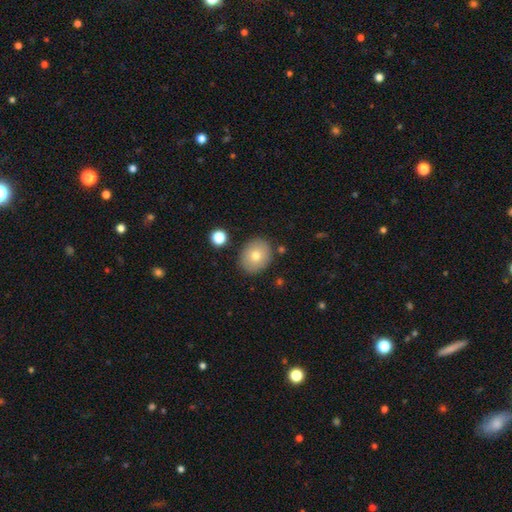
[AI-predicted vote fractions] This is likely a smooth galaxy (74%). How rounded: likely round (61%). Merging: clearly none (85%).